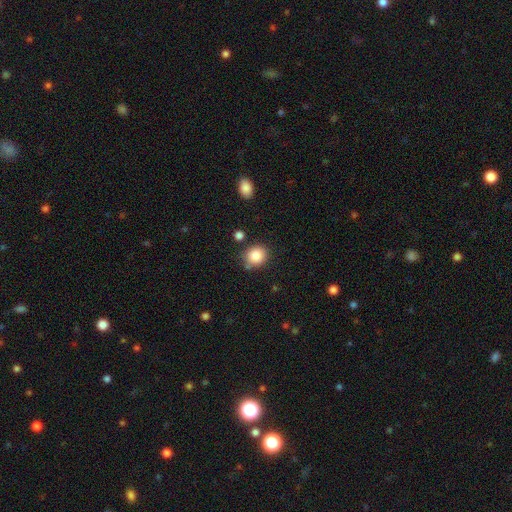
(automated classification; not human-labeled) Smooth or featured? smooth (85%)
How rounded? round (78%)
Merging? none (77%)